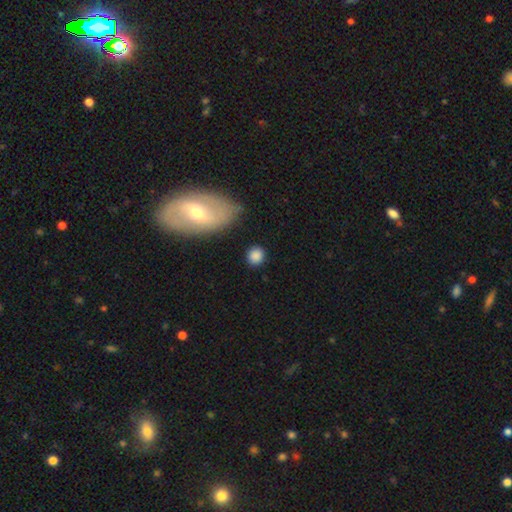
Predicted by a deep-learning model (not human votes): Overall: smooth (85%). How rounded: round (86%). Merging: none (84%).